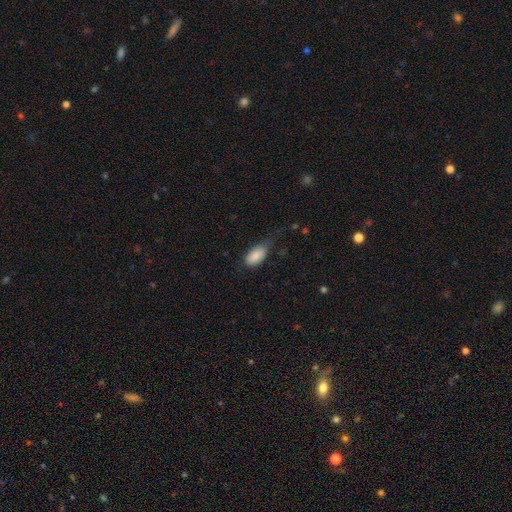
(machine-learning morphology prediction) A smooth galaxy with no disk features (86%) that is in between round and cigar-shaped (93%). Merging: none (41%).